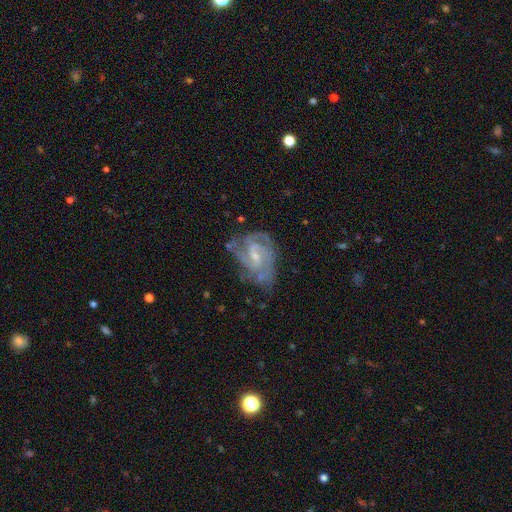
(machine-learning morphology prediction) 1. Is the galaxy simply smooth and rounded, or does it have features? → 87% featured or disk, 7% smooth, 6% star or artifact.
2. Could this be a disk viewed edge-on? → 97% no, 3% yes.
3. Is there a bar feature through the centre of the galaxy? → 56% weak, 32% no, 12% strong.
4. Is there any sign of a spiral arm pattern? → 96% yes, 4% no.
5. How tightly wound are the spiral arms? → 47% tight, 44% medium, 9% loose.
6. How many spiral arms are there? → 39% 2, 28% 3, 18% can't tell, 7% 4, 4% 1, 4% more than 4.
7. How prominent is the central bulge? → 56% small, 35% moderate, 7% none, 2% large, 1% dominant.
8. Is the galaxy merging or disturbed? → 59% none, 25% minor disturbance, 14% major disturbance, 3% merger.